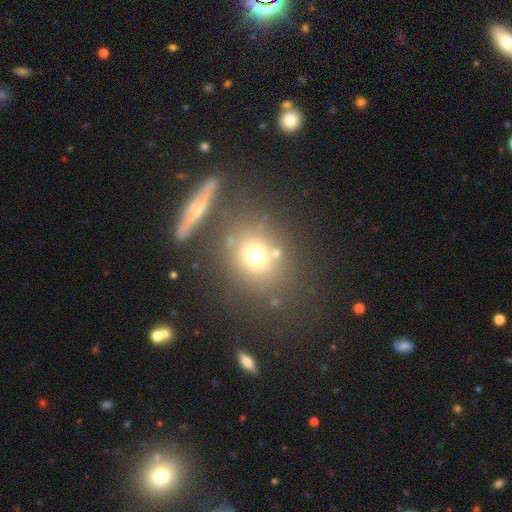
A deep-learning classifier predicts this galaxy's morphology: Smooth or featured: smooth — 68% (star or artifact — 17%)
How rounded: round — 76% (in between — 22%)
Merging: none — 69% (merger — 14%)